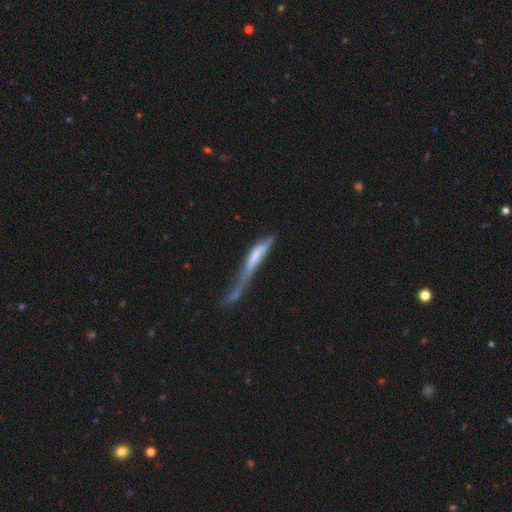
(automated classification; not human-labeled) smooth-or-featured: smooth: 58% | featured or disk: 35% | star or artifact: 8%
  how-rounded: cigar-shaped: 85% | in between: 13% | round: 2%
  merging: major disturbance: 47% | minor disturbance: 19% | merger: 18% | none: 16%